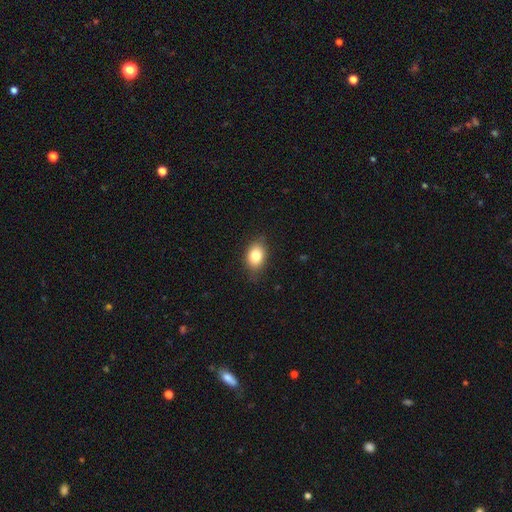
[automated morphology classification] Smooth or featured?
  - smooth: 81% *
  - featured or disk: 10%
  - star or artifact: 9%
How rounded?
  - in between: 74% *
  - round: 24%
  - cigar-shaped: 1%
Merging?
  - none: 78% *
  - minor disturbance: 18%
  - major disturbance: 3%
  - merger: 1%